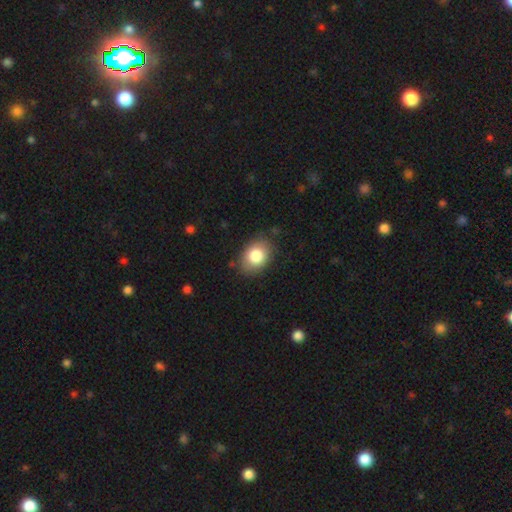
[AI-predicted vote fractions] Overall: smooth (82%). How rounded: in between (72%). Merging: none (82%).